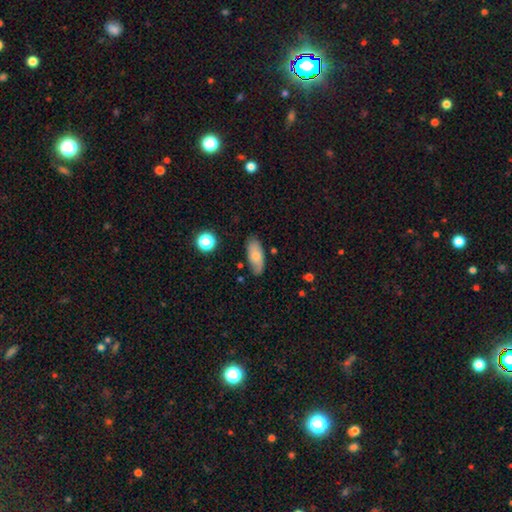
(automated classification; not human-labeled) The model was most divided on "smooth or featured": smooth: 74%, featured or disk: 18%, star or artifact: 7%. More confident: how rounded — in between (87%); merging — none (79%).